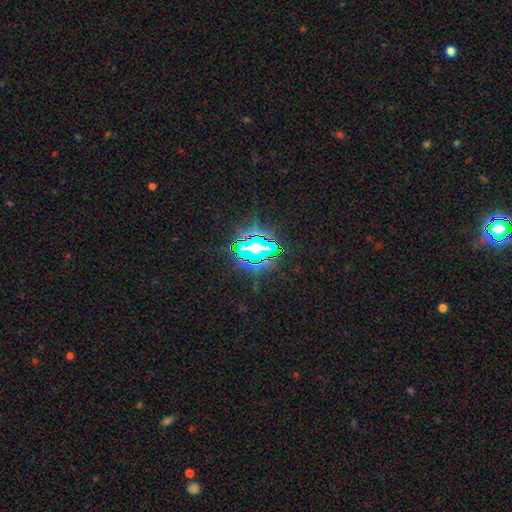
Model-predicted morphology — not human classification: The model was most divided on "smooth or featured": star or artifact: 79%, smooth: 12%, featured or disk: 9%.